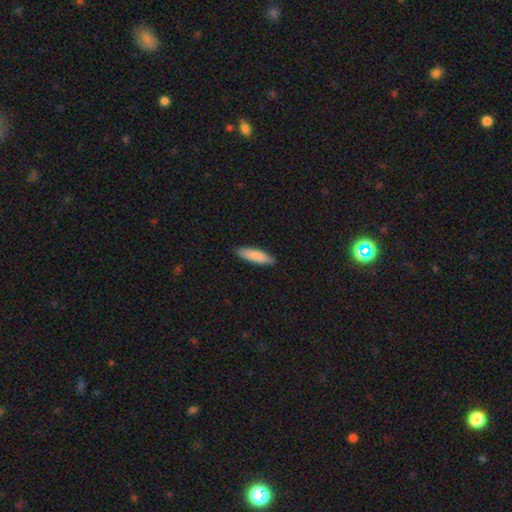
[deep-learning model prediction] Q: Smooth or featured?
A: smooth (86%); runner-up: featured or disk (9%)
Q: How rounded?
A: cigar-shaped (62%); runner-up: in between (37%)
Q: Merging?
A: none (87%); runner-up: minor disturbance (10%)